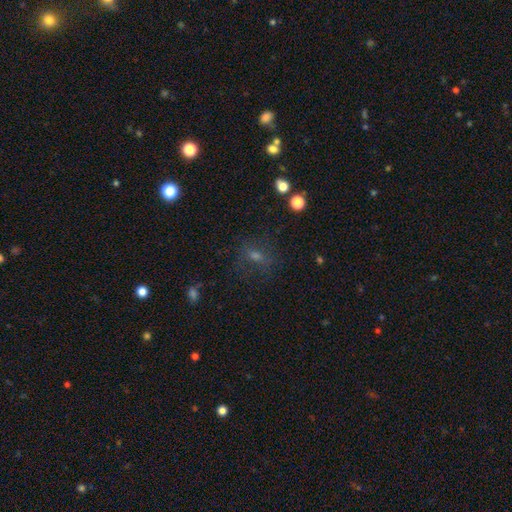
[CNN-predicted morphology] A smooth galaxy with no disk features (45%). Merging: none (71%).